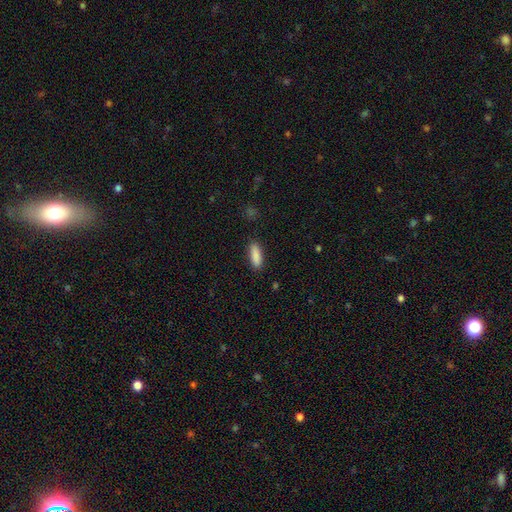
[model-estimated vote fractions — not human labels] A smooth galaxy with no disk features (89%) that is in between round and cigar-shaped (60%).

Vote fractions:
- Smooth or featured? smooth: 89% / star or artifact: 7% / featured or disk: 5%
- How rounded? in between: 60% / cigar-shaped: 38% / round: 2%
- Merging? none: 87% / minor disturbance: 9% / major disturbance: 2% / merger: 1%